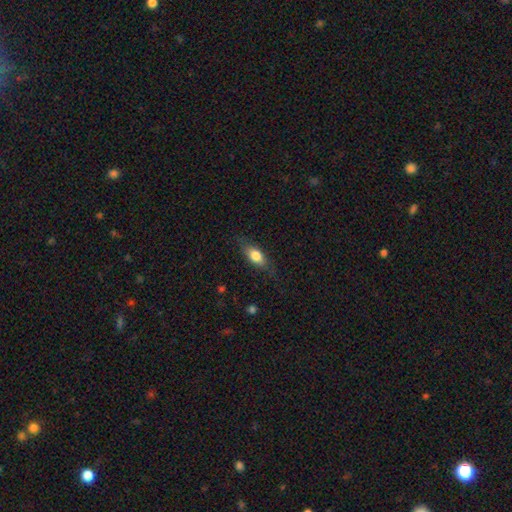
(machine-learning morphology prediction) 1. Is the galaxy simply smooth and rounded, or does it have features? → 75% smooth, 18% featured or disk, 7% star or artifact.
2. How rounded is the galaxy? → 77% in between, 18% cigar-shaped, 5% round.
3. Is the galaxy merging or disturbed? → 77% none, 17% minor disturbance, 5% major disturbance, 1% merger.